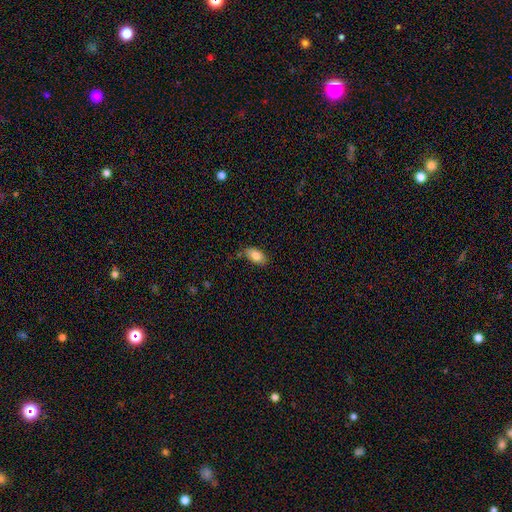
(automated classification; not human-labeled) This is clearly a smooth galaxy (83%). How rounded: clearly in between (93%). Merging: likely none (75%).